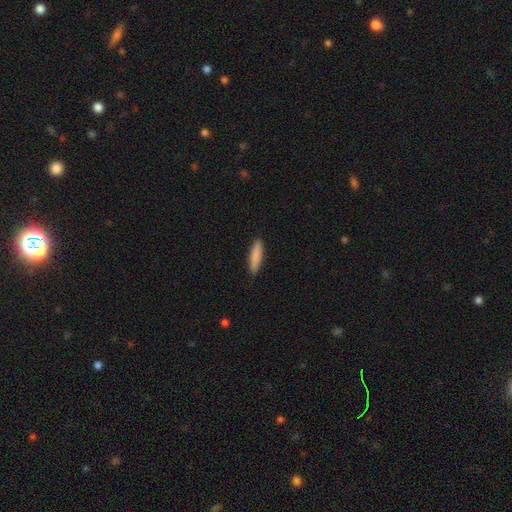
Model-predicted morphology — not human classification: Smooth or featured? Predicted: smooth (p=0.87). How rounded? Predicted: cigar-shaped (p=0.80). Merging? Predicted: none (p=0.90).